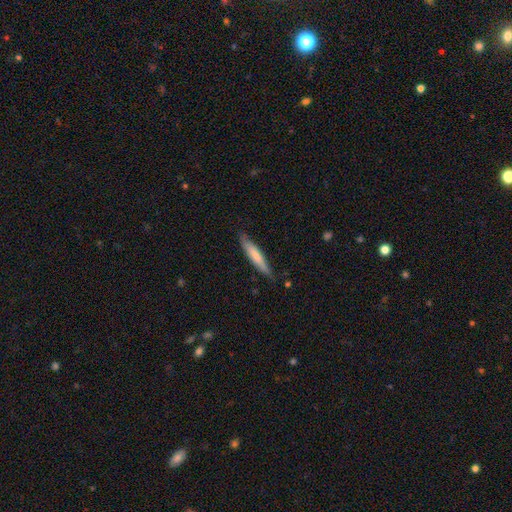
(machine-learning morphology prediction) This is likely a smooth galaxy (68%). How rounded: clearly cigar-shaped (88%). Merging: clearly none (80%).